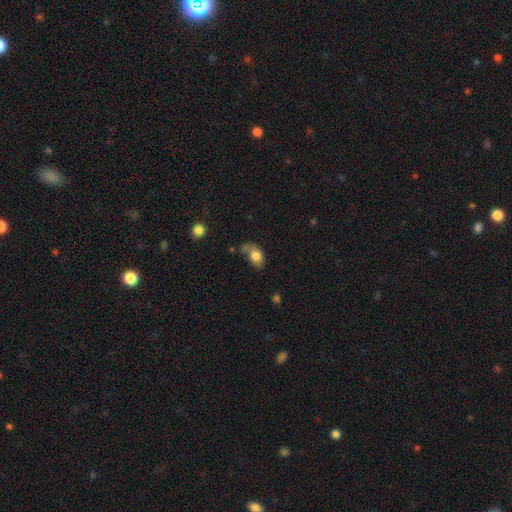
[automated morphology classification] type=smooth (76%); roundness=in between (76%); merging=none (40%).